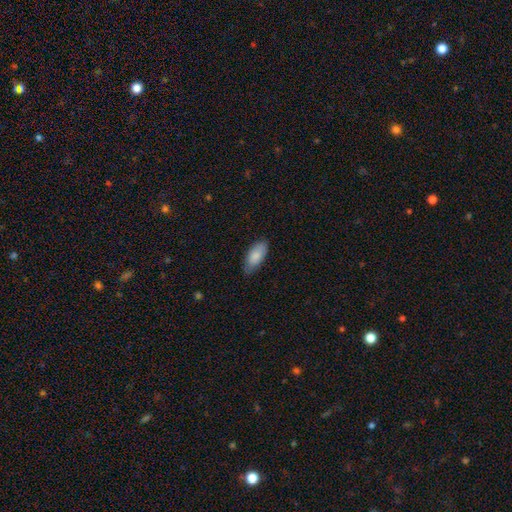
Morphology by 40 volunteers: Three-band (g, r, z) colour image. It shows a smooth galaxy with no disk features (80%) that is in between round and cigar-shaped (88%). Merging: none (68%).